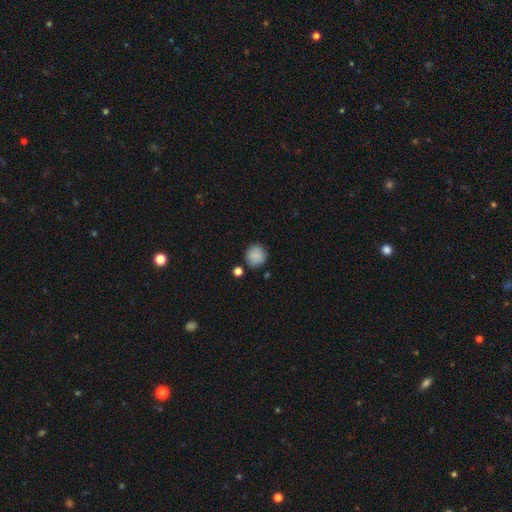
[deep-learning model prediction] A smooth galaxy with no disk features (86%) that is round (90%).

Vote fractions:
- Smooth or featured? smooth: 86% / star or artifact: 8% / featured or disk: 5%
- How rounded? round: 90% / in between: 9% / cigar-shaped: 1%
- Merging? none: 80% / minor disturbance: 11% / merger: 6% / major disturbance: 3%